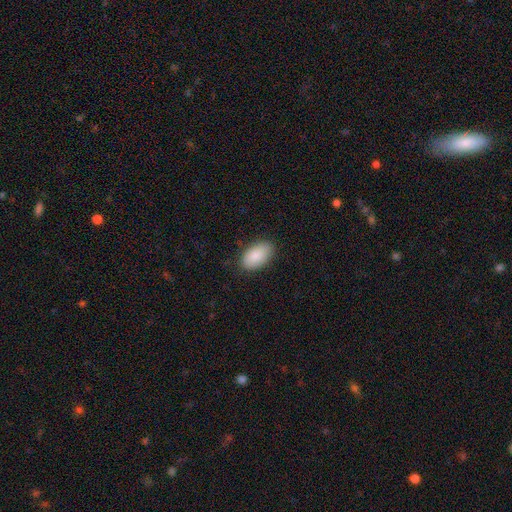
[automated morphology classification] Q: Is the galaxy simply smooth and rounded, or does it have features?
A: smooth — 87%.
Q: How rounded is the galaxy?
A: in between — 95%.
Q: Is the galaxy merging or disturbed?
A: none — 86%.